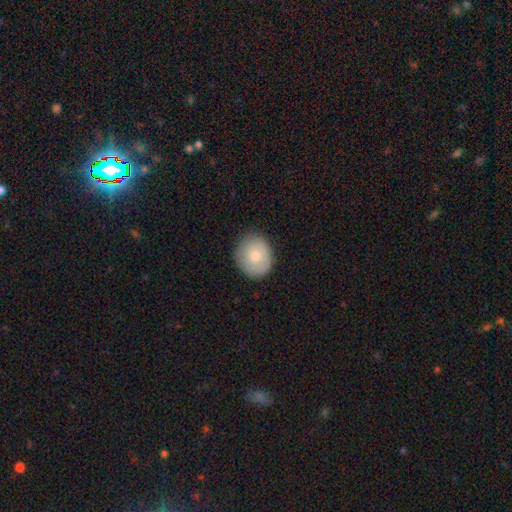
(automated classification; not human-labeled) The model was most divided on "how rounded": round: 75%, in between: 24%, cigar-shaped: 1%. More confident: merging — none (84%); smooth or featured — smooth (76%).